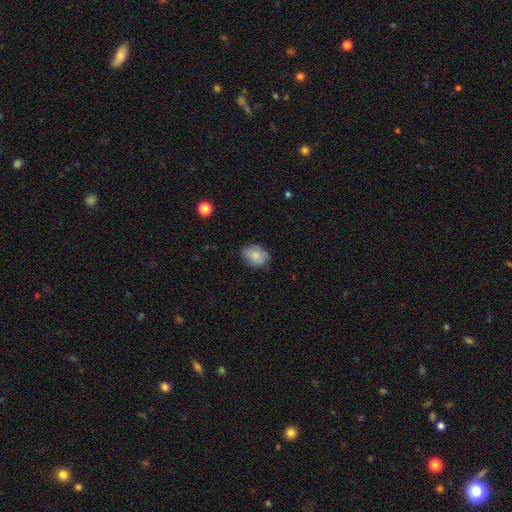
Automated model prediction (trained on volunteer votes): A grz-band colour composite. It shows a smooth galaxy with no disk features (82%) that is in between round and cigar-shaped (67%). Merging: none (77%).